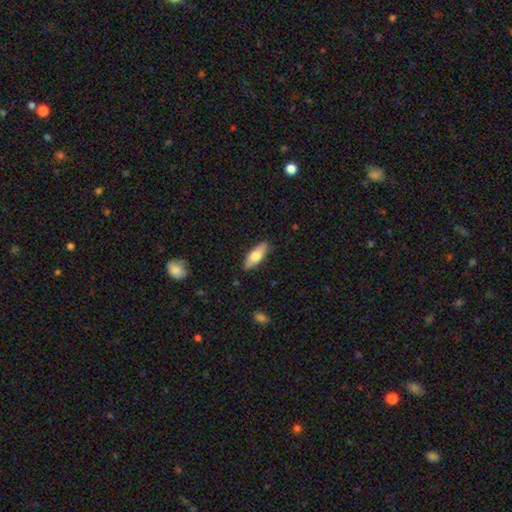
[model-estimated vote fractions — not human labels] smooth 68%, featured or disk 27%, star or artifact 6%. Down the decision tree: how rounded — in between (67%); merging — none (86%).